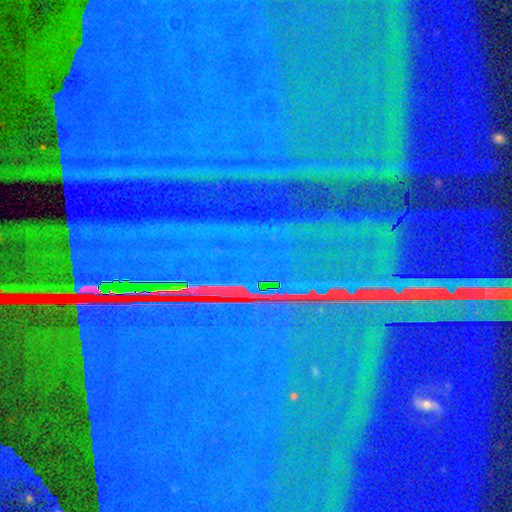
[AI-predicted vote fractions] The model was most divided on "smooth or featured": star or artifact: 87%, featured or disk: 8%, smooth: 5%.